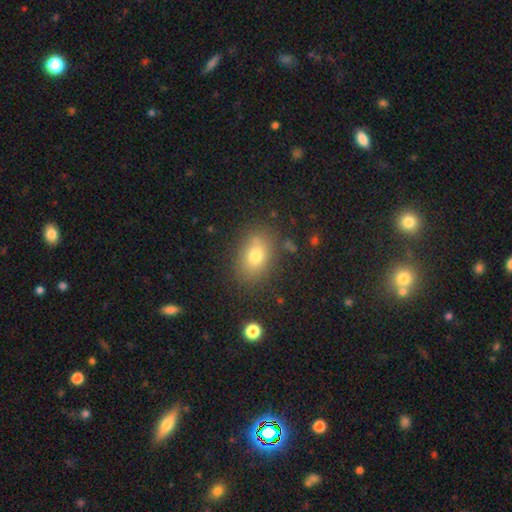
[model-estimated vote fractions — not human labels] Smooth or featured? Predicted: smooth (p=0.75). How rounded? Predicted: in between (p=0.75). Merging? Predicted: none (p=0.80).